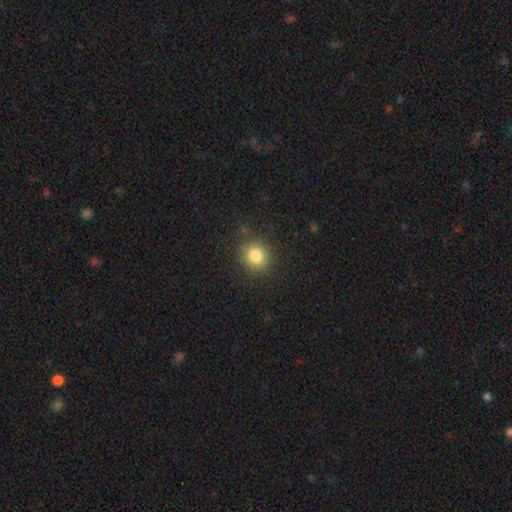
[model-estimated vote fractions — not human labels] A smooth galaxy with no disk features (82%) that is round (84%).

Vote fractions:
- Smooth or featured? smooth: 82% / star or artifact: 11% / featured or disk: 6%
- How rounded? round: 84% / in between: 15% / cigar-shaped: 1%
- Merging? none: 87% / minor disturbance: 9% / major disturbance: 3% / merger: 2%